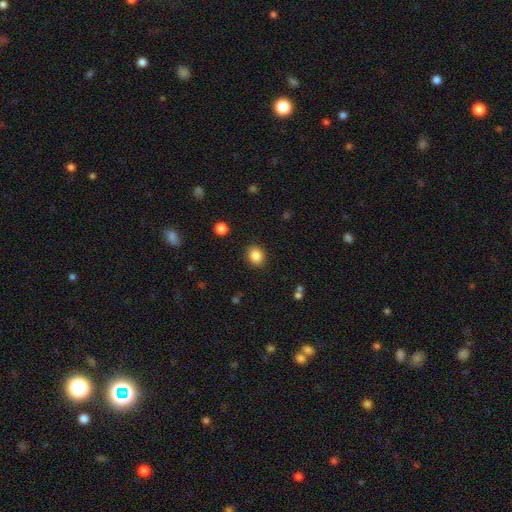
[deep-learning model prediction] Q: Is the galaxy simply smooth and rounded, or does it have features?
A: smooth — 86%.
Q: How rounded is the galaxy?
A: round — 63%.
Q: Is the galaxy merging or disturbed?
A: none — 89%.